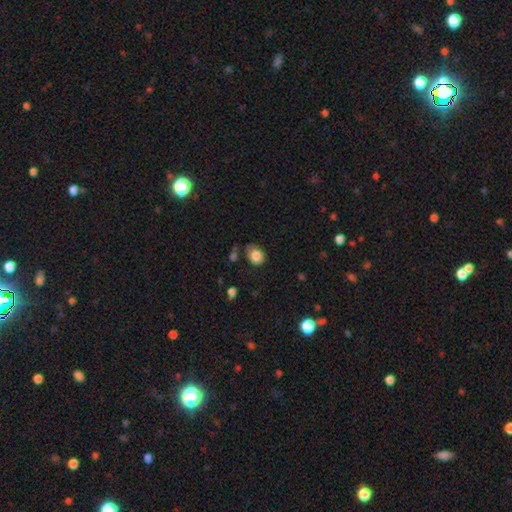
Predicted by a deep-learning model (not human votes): Smooth or featured: smooth — 84% (star or artifact — 9%)
How rounded: in between — 52% (round — 47%)
Merging: none — 57% (minor disturbance — 29%)